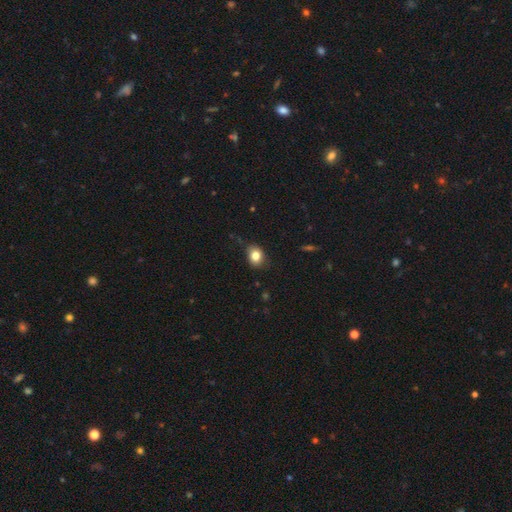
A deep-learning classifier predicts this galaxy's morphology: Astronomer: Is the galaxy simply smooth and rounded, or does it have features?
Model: smooth — 82%.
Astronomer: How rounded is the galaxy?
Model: in between — 53% (runner-up: round, 46%).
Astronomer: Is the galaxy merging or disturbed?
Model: none — 75%.